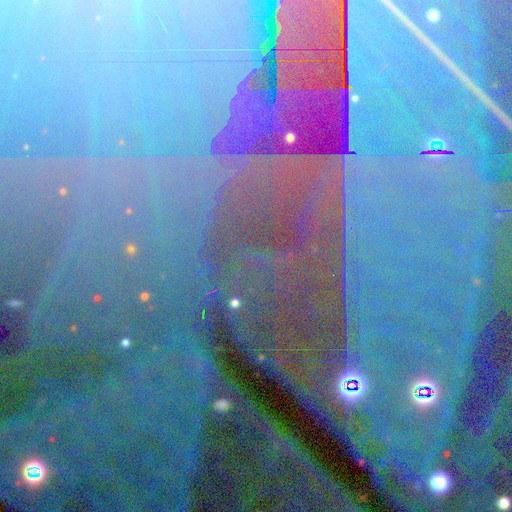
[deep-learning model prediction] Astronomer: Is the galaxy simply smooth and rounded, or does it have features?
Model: star or artifact — 86%.